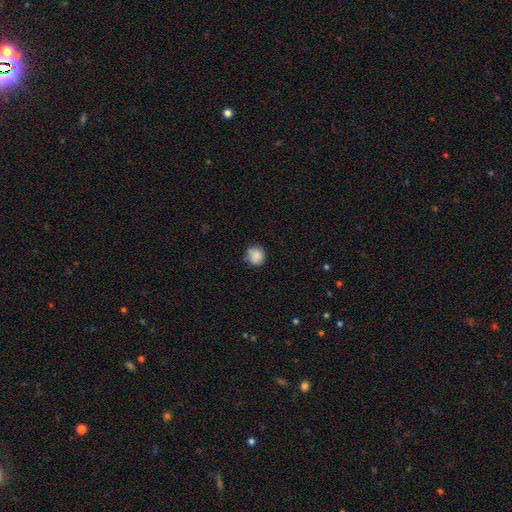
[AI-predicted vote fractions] Smooth or featured: smooth — 85% (star or artifact — 9%)
How rounded: round — 90% (in between — 9%)
Merging: none — 74% (minor disturbance — 19%)